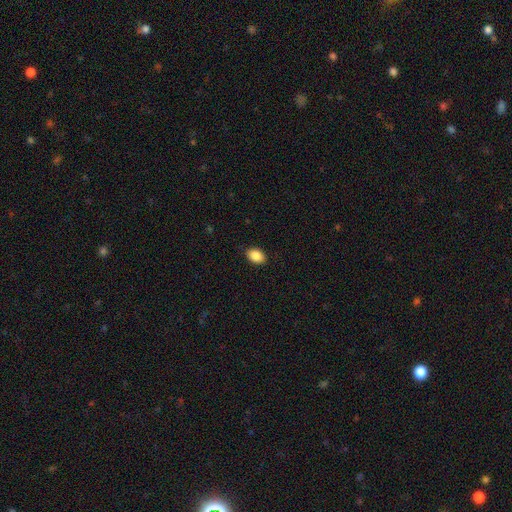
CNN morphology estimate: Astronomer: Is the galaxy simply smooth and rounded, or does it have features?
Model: smooth — 88%.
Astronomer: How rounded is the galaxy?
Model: in between — 82%.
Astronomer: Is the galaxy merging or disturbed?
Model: none — 89%.